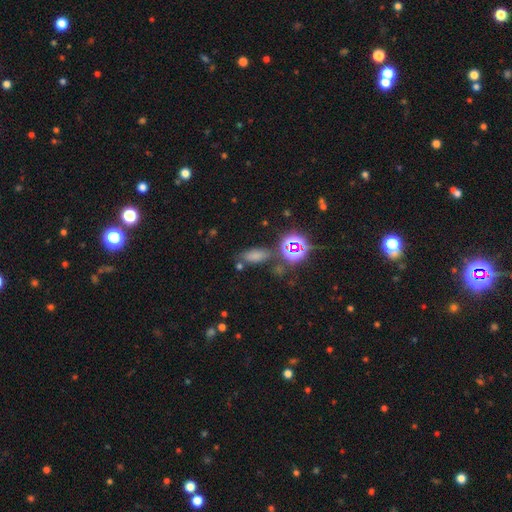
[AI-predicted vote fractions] The model was most divided on "smooth or featured": smooth: 63%, star or artifact: 27%, featured or disk: 9%. More confident: how rounded — in between (77%); merging — none (70%).